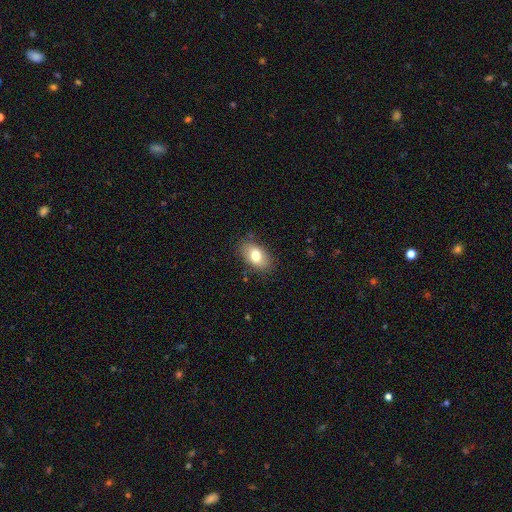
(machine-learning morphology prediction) Q: Smooth or featured?
A: smooth (77%); runner-up: featured or disk (15%)
Q: How rounded?
A: in between (88%); runner-up: round (11%)
Q: Merging?
A: none (83%); runner-up: minor disturbance (13%)